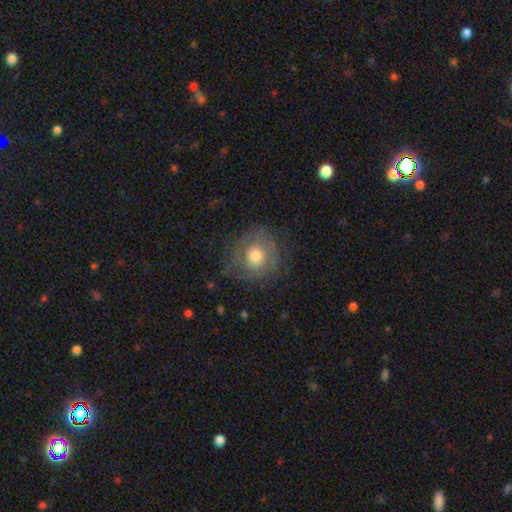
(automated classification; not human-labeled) Q: Smooth or featured?
A: smooth (48%); runner-up: featured or disk (44%)
Q: Merging?
A: none (68%); runner-up: minor disturbance (19%)